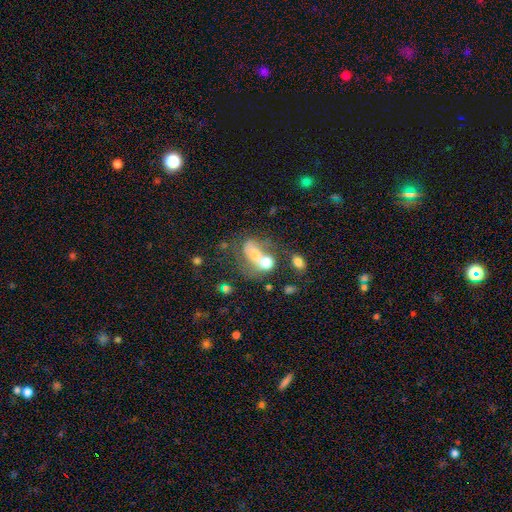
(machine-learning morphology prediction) Smooth or featured: smooth — 52% (featured or disk — 33%)
How rounded: in between — 72% (round — 25%)
Merging: merger — 48% (none — 20%)